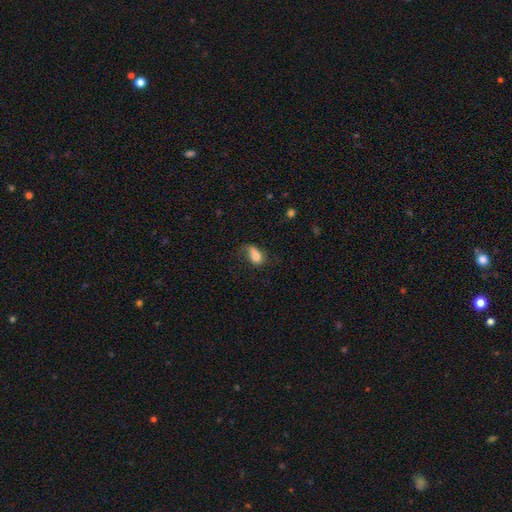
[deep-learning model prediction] smooth_or_featured: smooth (p=0.74) [alt: featured or disk p=0.17]
how_rounded: in between (p=0.83) [alt: round p=0.14]
merging: none (p=0.35) [alt: minor disturbance p=0.32]